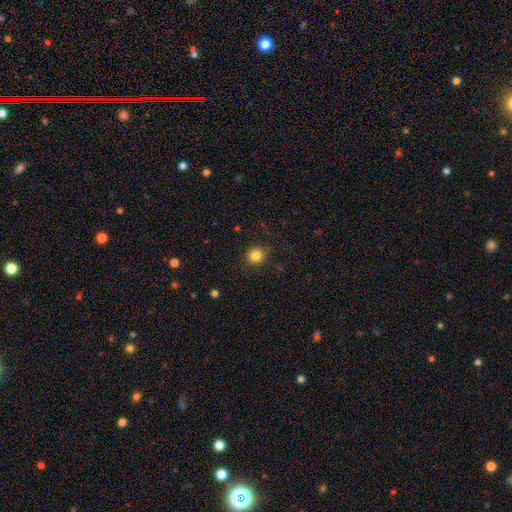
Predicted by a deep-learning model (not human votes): A smooth galaxy with no disk features (84%) that is round (92%).

Vote fractions:
- Smooth or featured? smooth: 84% / star or artifact: 12% / featured or disk: 5%
- How rounded? round: 92% / in between: 7% / cigar-shaped: 1%
- Merging? none: 88% / minor disturbance: 8% / major disturbance: 3% / merger: 1%